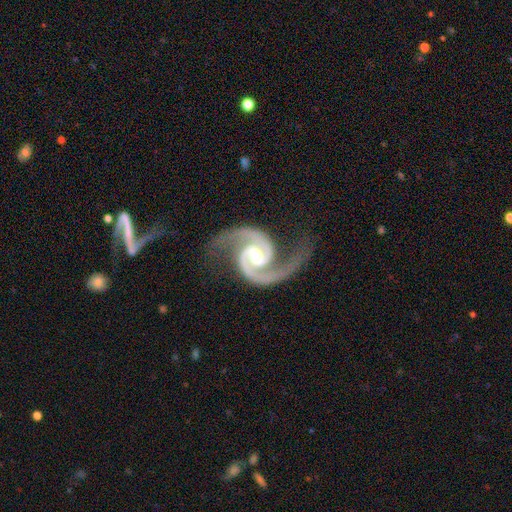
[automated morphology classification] type=featured or disk (95%); edge-on=no (98%); bar=weak (49%); spiral arms=yes (99%); winding=medium (66%); arm count=2 (94%); bulge=moderate (63%); merging=none (74%).